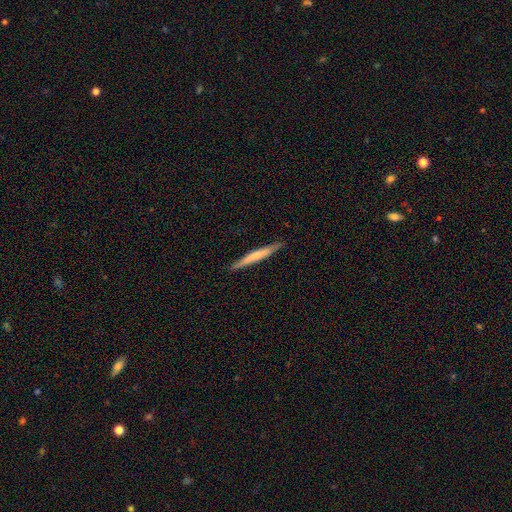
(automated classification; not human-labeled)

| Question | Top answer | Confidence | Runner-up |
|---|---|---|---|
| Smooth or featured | smooth | 56% | featured or disk (39%) |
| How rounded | cigar-shaped | 97% | in between (2%) |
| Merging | none | 90% | minor disturbance (7%) |